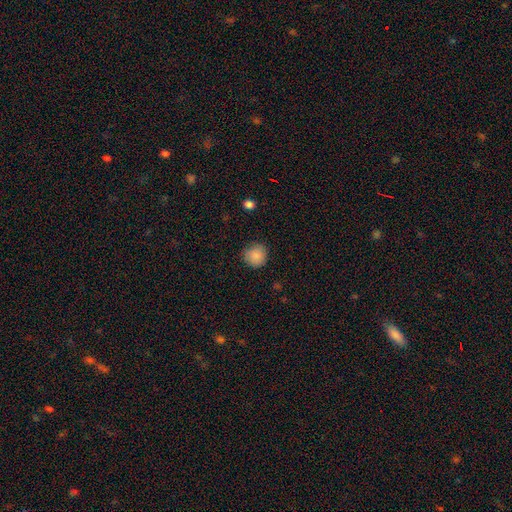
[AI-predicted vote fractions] smooth-or-featured: smooth: 87% | star or artifact: 9% | featured or disk: 4%
  how-rounded: round: 91% | in between: 8% | cigar-shaped: 1%
  merging: none: 85% | minor disturbance: 11% | major disturbance: 3% | merger: 1%